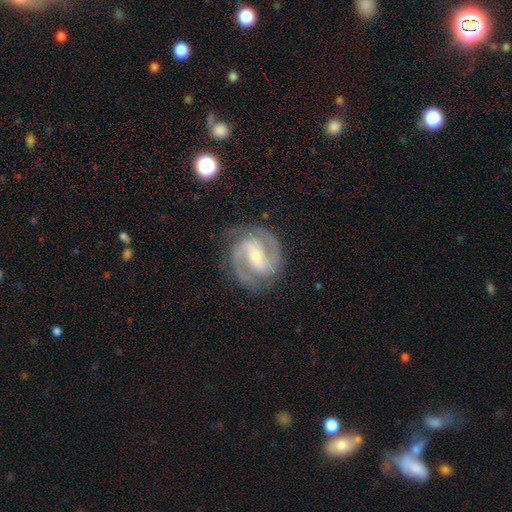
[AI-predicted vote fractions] Overall: featured or disk (91%). Edge-on disk: no (97%). Bar: strong (53%; weak 35%). Spiral arms: yes (98%). Spiral arm count: 2 (83%). Spiral winding: medium (48%; tight 44%). Bulge size: small (58%; moderate 39%). Merging: none (81%).